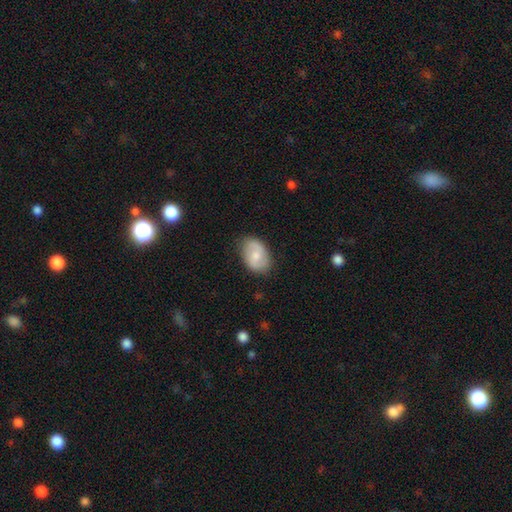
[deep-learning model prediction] Smooth or featured: smooth — 55% (featured or disk — 39%)
How rounded: in between — 85% (round — 14%)
Merging: none — 77% (minor disturbance — 18%)